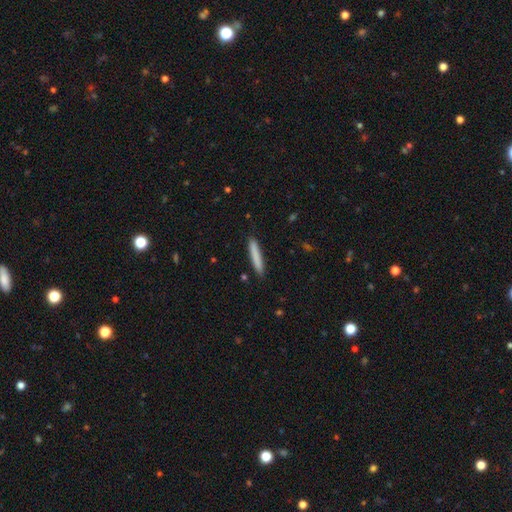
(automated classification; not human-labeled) Smooth or featured?
  - smooth: 81% *
  - featured or disk: 13%
  - star or artifact: 6%
How rounded?
  - cigar-shaped: 95% *
  - in between: 4%
  - round: 1%
Merging?
  - none: 90% *
  - minor disturbance: 8%
  - major disturbance: 2%
  - merger: 1%